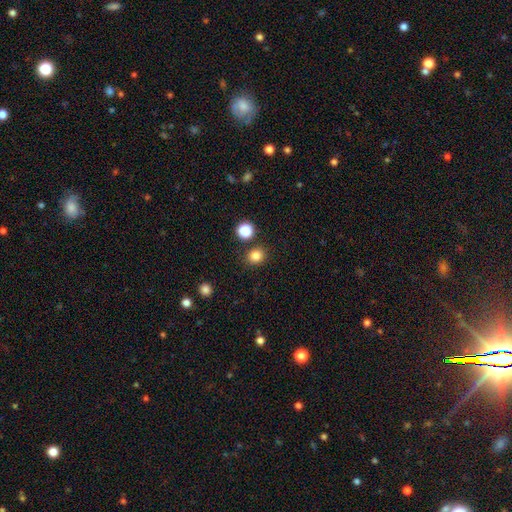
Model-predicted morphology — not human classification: A smooth galaxy with no disk features (82%) that is round (79%).

Vote fractions:
- Smooth or featured? smooth: 82% / star or artifact: 13% / featured or disk: 4%
- How rounded? round: 79% / in between: 20% / cigar-shaped: 1%
- Merging? none: 86% / minor disturbance: 7% / merger: 5% / major disturbance: 2%